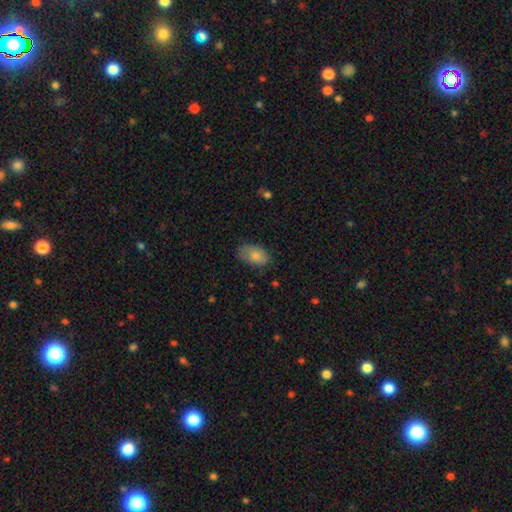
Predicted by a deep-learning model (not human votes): This appears to be a smooth galaxy with no disk features (79%) that is in between round and cigar-shaped (92%). Merging: none (73%).